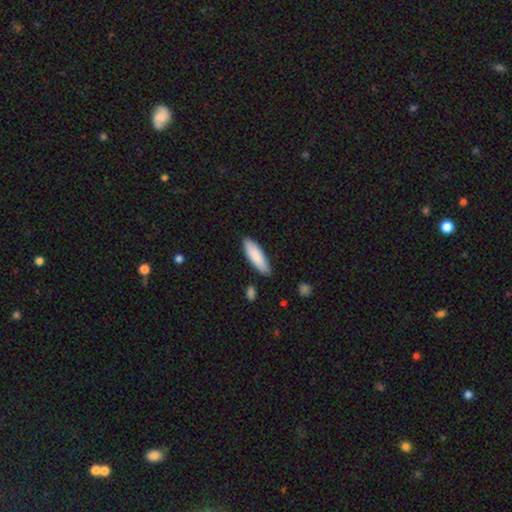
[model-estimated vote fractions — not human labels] Smooth or featured? Predicted: smooth (p=0.87). How rounded? Predicted: cigar-shaped (p=0.51). Merging? Predicted: none (p=0.86).